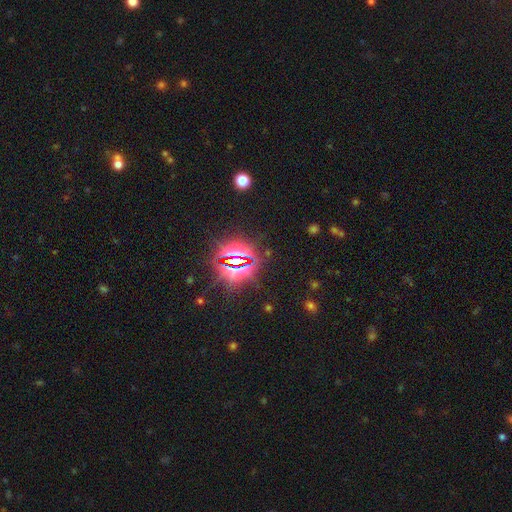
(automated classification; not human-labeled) Q: Smooth or featured?
A: star or artifact (83%); runner-up: smooth (10%)